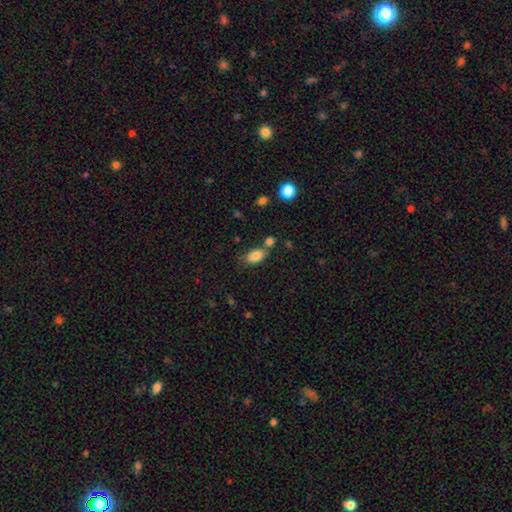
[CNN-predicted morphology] Smooth or featured?
  - smooth: 84% *
  - star or artifact: 9%
  - featured or disk: 7%
How rounded?
  - in between: 89% *
  - round: 7%
  - cigar-shaped: 4%
Merging?
  - none: 60% *
  - merger: 19%
  - minor disturbance: 16%
  - major disturbance: 5%